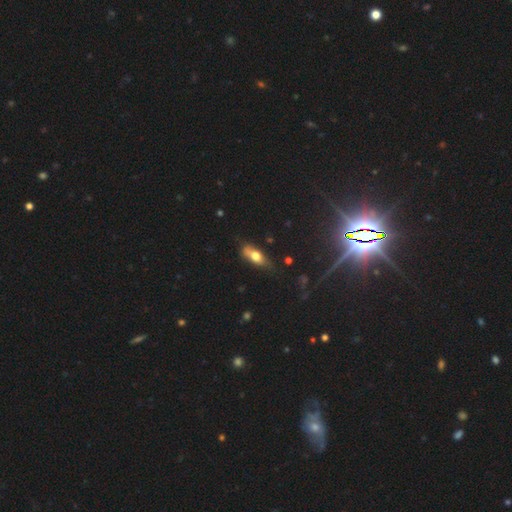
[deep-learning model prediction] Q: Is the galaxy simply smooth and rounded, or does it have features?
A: smooth — 60%.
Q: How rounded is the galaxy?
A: in between — 67%.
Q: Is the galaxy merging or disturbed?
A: none — 57%.